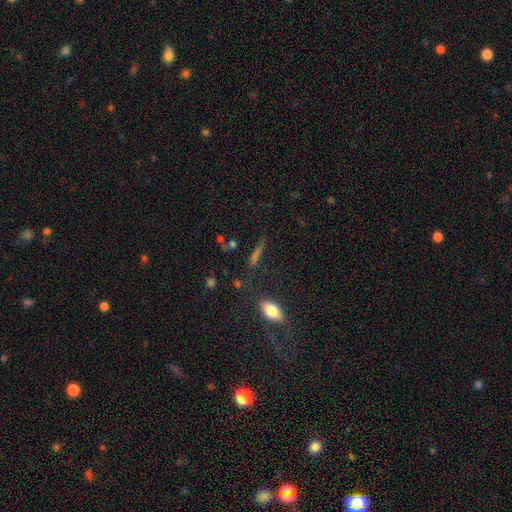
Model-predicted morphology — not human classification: This appears to be a smooth galaxy with no disk features (53%) that is cigar-shaped (77%). Merging: none (77%).